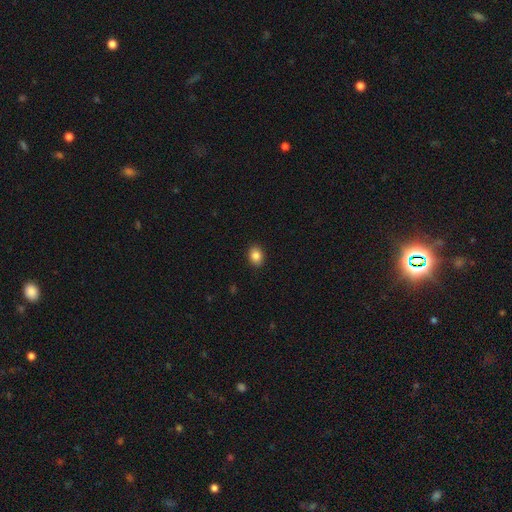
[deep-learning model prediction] Smooth or featured? Predicted: smooth (p=0.86). How rounded? Predicted: in between (p=0.63). Merging? Predicted: none (p=0.90).